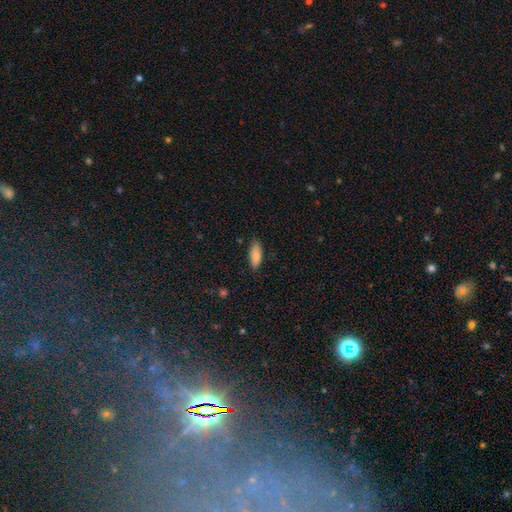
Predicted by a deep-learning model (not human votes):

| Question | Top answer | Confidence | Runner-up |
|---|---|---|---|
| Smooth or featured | smooth | 82% | featured or disk (11%) |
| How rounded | in between | 79% | cigar-shaped (19%) |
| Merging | none | 83% | minor disturbance (14%) |